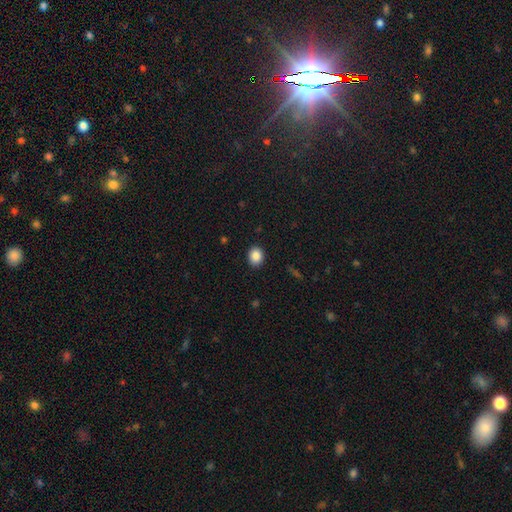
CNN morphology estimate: Smooth or featured: smooth — 87% (star or artifact — 9%)
How rounded: round — 58% (in between — 41%)
Merging: none — 90% (minor disturbance — 7%)